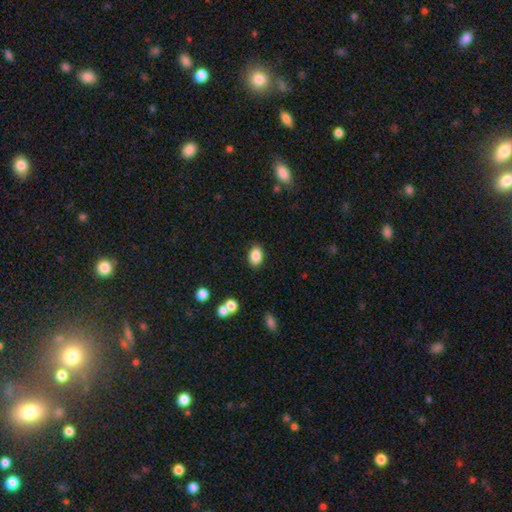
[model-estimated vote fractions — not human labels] The model was most divided on "how rounded": in between: 83%, round: 16%, cigar-shaped: 1%. More confident: merging — none (87%); smooth or featured — smooth (86%).